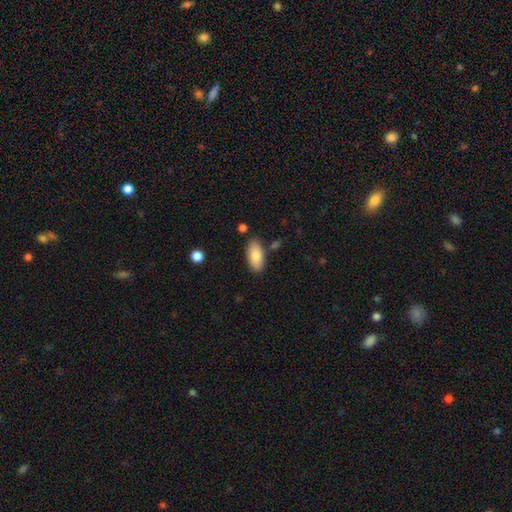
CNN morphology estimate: smooth_or_featured: smooth (p=0.85) [alt: featured or disk p=0.09]
how_rounded: in between (p=0.91) [alt: cigar-shaped p=0.07]
merging: none (p=0.82) [alt: minor disturbance p=0.12]